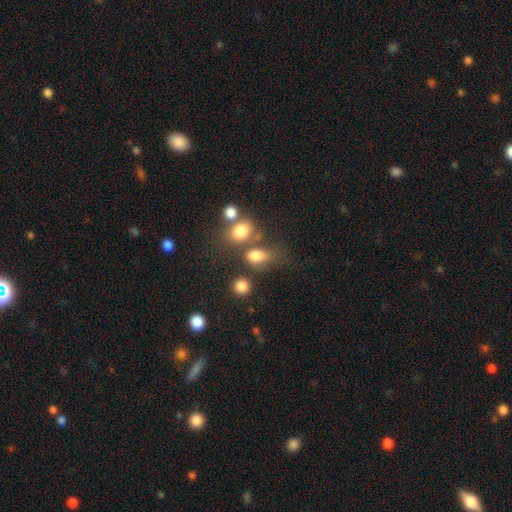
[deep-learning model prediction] This is likely a smooth galaxy (77%). How rounded: likely in between (71%). Merging: marginally none (44%).